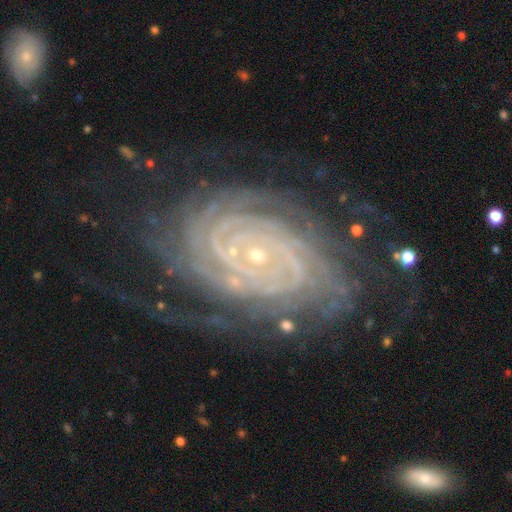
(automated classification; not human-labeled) Smooth or featured? Predicted: featured or disk (p=0.91). Edge-on disk? Predicted: no (p=0.97). Bar? Predicted: no (p=0.71). Spiral arms? Predicted: yes (p=0.99). Spiral winding? Predicted: tight (p=0.88). Spiral arm count? Predicted: more than 4 (p=0.21). Bulge size? Predicted: small (p=0.86). Merging? Predicted: none (p=0.74).